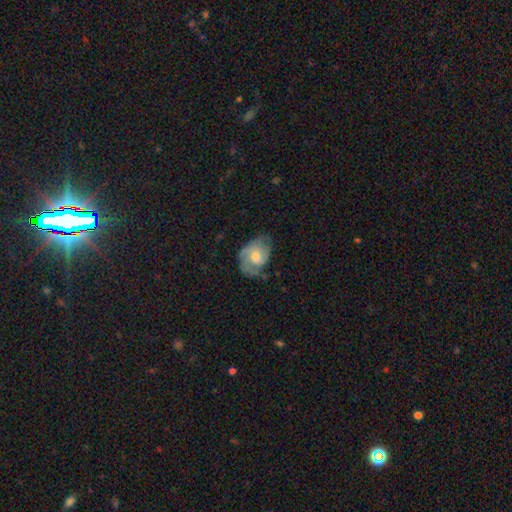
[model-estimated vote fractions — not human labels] Smooth or featured?
  - featured or disk: 63% *
  - smooth: 30%
  - star or artifact: 7%
Edge-on disk?
  - no: 97% *
  - yes: 3%
Bar?
  - no: 67% *
  - weak: 29%
  - strong: 4%
Spiral arms?
  - yes: 87% *
  - no: 13%
Spiral winding?
  - medium: 42% * (tied)
  - tight: 42% * (tied)
  - loose: 17%
Spiral arm count?
  - 2: 43% *
  - can't tell: 26%
  - 3: 18%
  - 1: 6%
  - 4: 4%
  - more than 4: 3%
Bulge size?
  - moderate: 60% *
  - small: 28%
  - large: 7%
  - none: 4%
  - dominant: 1%
Merging?
  - none: 58% *
  - minor disturbance: 28%
  - major disturbance: 12%
  - merger: 2%